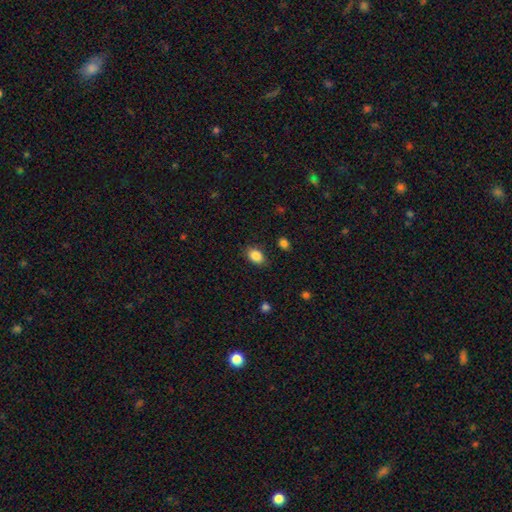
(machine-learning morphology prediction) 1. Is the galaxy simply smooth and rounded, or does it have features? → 86% smooth, 9% star or artifact, 5% featured or disk.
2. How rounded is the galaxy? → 79% in between, 20% round, 1% cigar-shaped.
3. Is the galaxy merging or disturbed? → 85% none, 11% minor disturbance, 3% major disturbance, 1% merger.